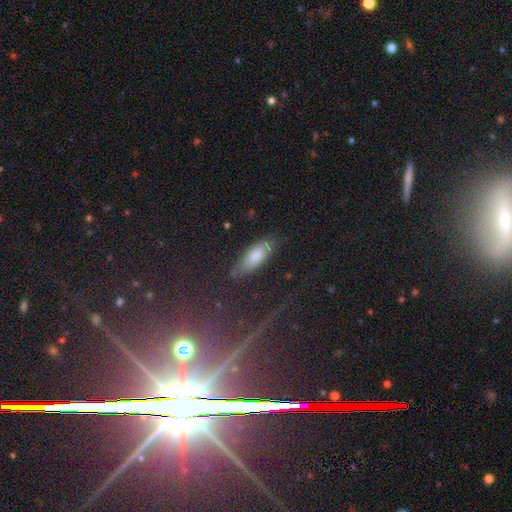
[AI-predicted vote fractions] Q: Smooth or featured?
A: smooth (67%); runner-up: featured or disk (20%)
Q: How rounded?
A: in between (63%); runner-up: cigar-shaped (34%)
Q: Merging?
A: none (79%); runner-up: minor disturbance (16%)